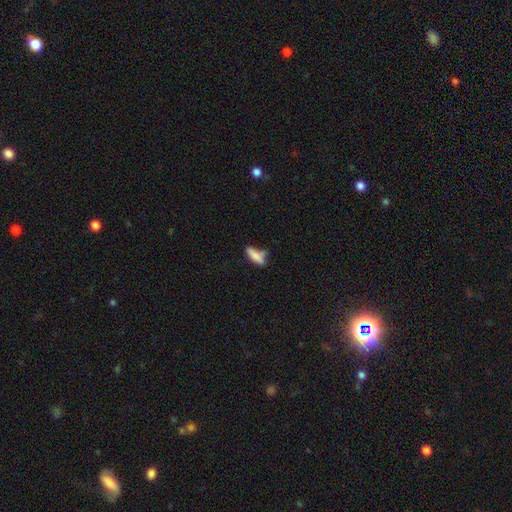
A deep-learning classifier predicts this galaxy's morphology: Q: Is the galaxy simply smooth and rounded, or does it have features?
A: smooth — 79%.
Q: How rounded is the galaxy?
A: in between — 53%.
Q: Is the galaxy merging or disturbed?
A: none — 51%.